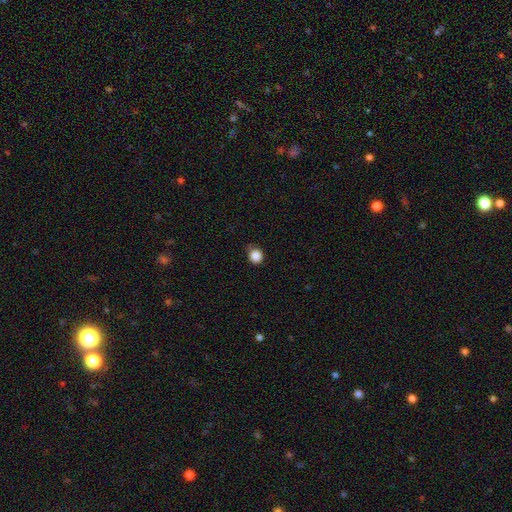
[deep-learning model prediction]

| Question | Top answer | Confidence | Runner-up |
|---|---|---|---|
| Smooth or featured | smooth | 87% | star or artifact (10%) |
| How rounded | round | 83% | in between (16%) |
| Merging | none | 72% | minor disturbance (23%) |